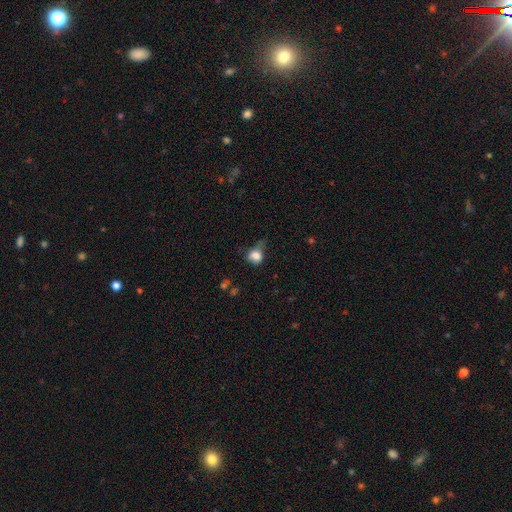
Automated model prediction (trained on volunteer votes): This is clearly a smooth galaxy (80%). How rounded: possibly round (59%). Merging: marginally minor disturbance (37%).